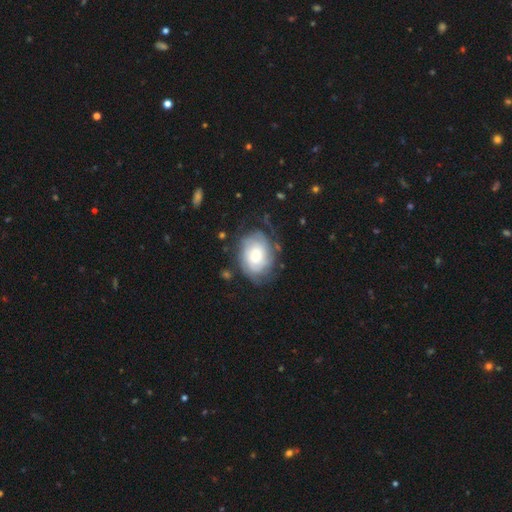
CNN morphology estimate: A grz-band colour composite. It shows a featured or disk galaxy (56%) with no bar (74%), spiral arms (80%) and a moderate central bulge (50%). Merging: none (62%).